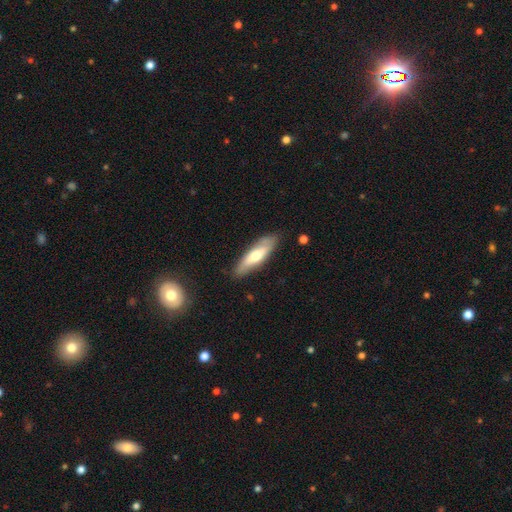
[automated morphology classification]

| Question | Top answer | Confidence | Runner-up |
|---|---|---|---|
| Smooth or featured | smooth | 56% | featured or disk (38%) |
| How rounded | cigar-shaped | 58% | in between (40%) |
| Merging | none | 82% | minor disturbance (14%) |